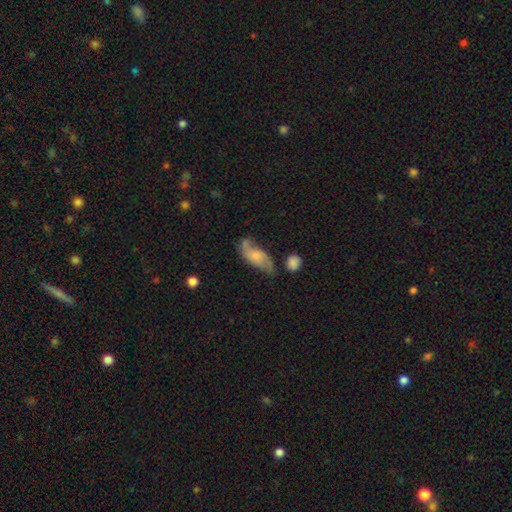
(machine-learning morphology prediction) This is possibly a smooth galaxy (50%). Merging: possibly none (47%).